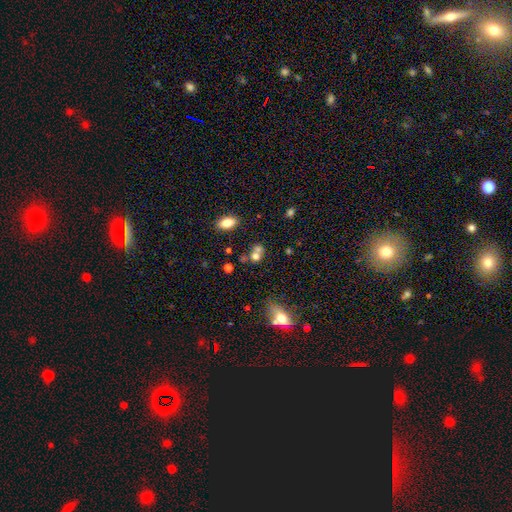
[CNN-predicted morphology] smooth-or-featured: smooth: 69% | star or artifact: 16% | featured or disk: 15%
  how-rounded: round: 66% | in between: 32% | cigar-shaped: 2%
  merging: merger: 49% | none: 37% | minor disturbance: 9% | major disturbance: 5%